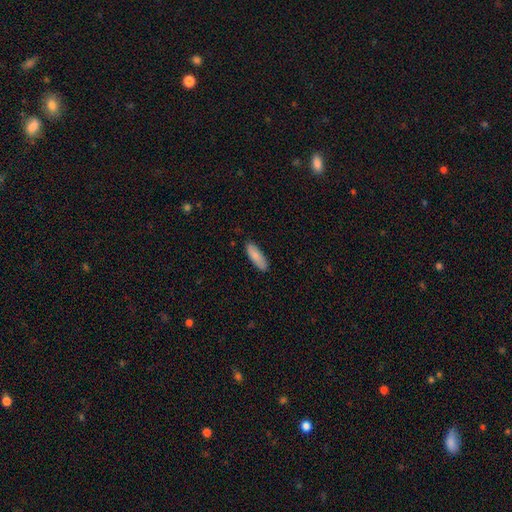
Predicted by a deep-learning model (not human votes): Overall: smooth (85%). How rounded: in between (55%; cigar-shaped 43%). Merging: none (86%).